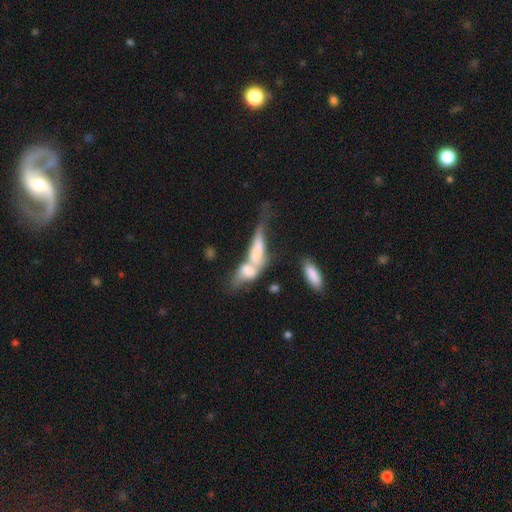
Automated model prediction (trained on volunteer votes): smooth_or_featured: featured or disk (p=0.46) [alt: smooth p=0.44]
merging: merger (p=0.61) [alt: major disturbance p=0.15]